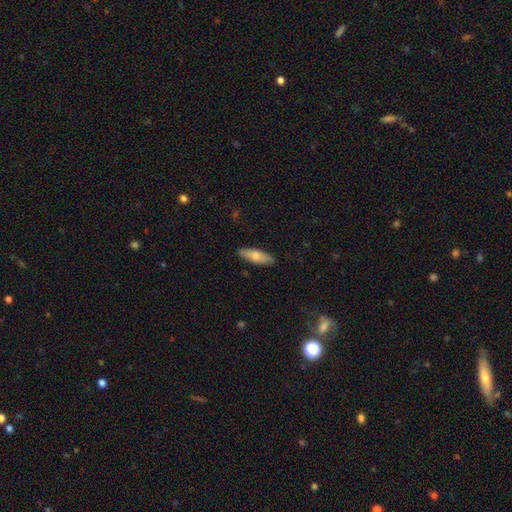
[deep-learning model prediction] smooth 72%, featured or disk 22%, star or artifact 5%. Down the decision tree: how rounded — in between (55%); merging — none (89%).